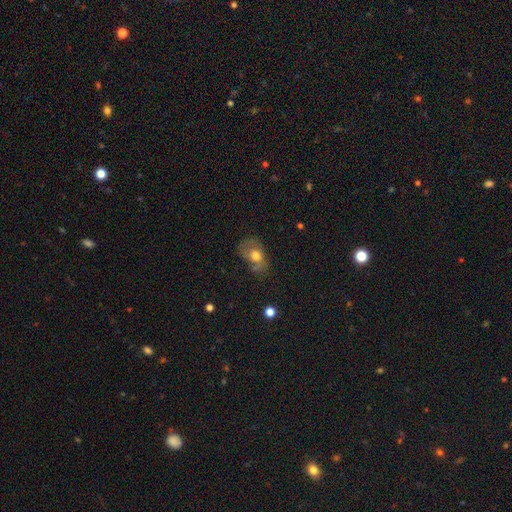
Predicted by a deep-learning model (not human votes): smooth_or_featured: smooth (p=0.64) [alt: featured or disk p=0.26]
how_rounded: in between (p=0.71) [alt: round p=0.27]
merging: none (p=0.42) [alt: minor disturbance p=0.30]